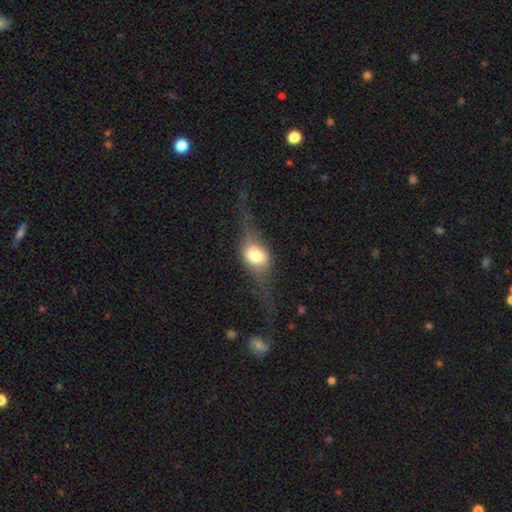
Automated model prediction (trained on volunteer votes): Morphology: type=featured or disk (54%); edge-on=yes (77%); merging=none (53%).